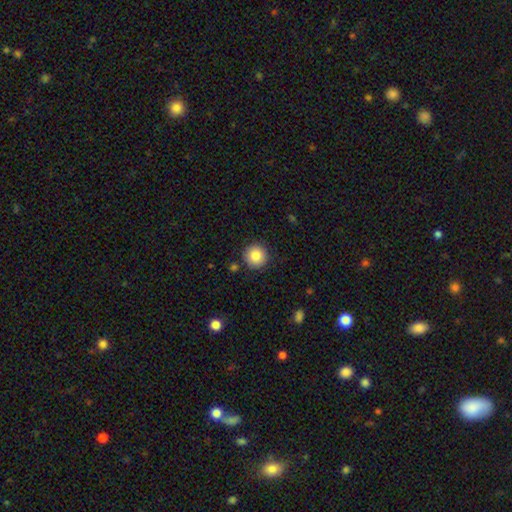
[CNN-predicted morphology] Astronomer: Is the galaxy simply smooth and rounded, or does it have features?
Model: smooth — 85%.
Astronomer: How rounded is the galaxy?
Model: round — 95%.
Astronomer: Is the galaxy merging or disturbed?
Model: none — 90%.